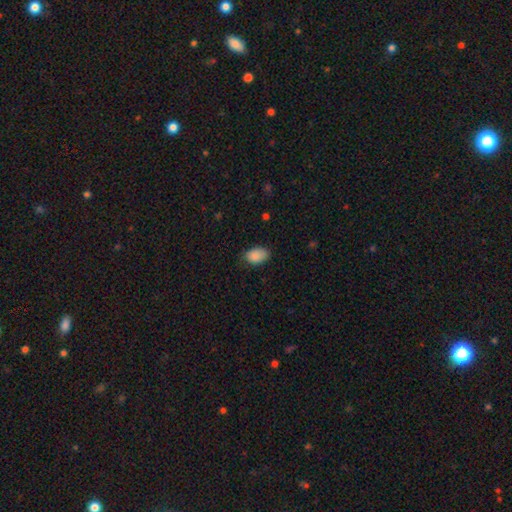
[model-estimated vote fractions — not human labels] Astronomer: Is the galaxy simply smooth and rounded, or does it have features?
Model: smooth — 88%.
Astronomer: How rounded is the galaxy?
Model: in between — 89%.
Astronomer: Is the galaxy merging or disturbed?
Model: none — 73%.